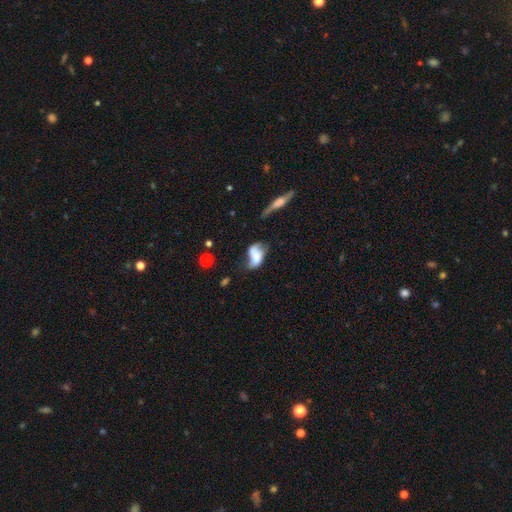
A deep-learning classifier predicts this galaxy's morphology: Smooth or featured?
  - smooth: 57% *
  - featured or disk: 33%
  - star or artifact: 10%
How rounded?
  - in between: 86% *
  - round: 11%
  - cigar-shaped: 4%
Merging?
  - major disturbance: 29% *
  - none: 26%
  - minor disturbance: 26%
  - merger: 20%